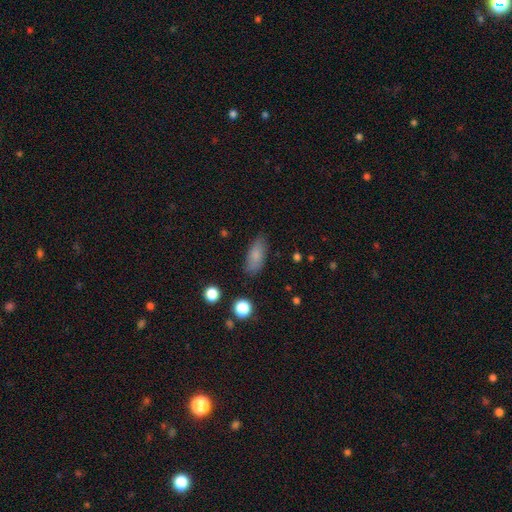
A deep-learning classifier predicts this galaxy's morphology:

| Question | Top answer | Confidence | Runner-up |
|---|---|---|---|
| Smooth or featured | smooth | 80% | featured or disk (12%) |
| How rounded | in between | 82% | cigar-shaped (15%) |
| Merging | none | 79% | minor disturbance (16%) |